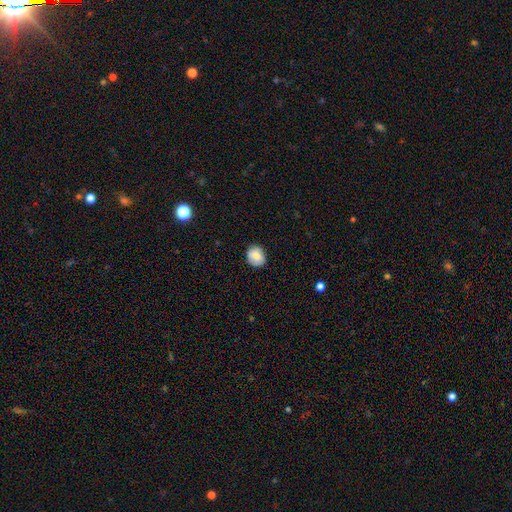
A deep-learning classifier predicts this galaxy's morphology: This is clearly a smooth galaxy (82%). How rounded: likely round (71%). Merging: clearly none (84%).